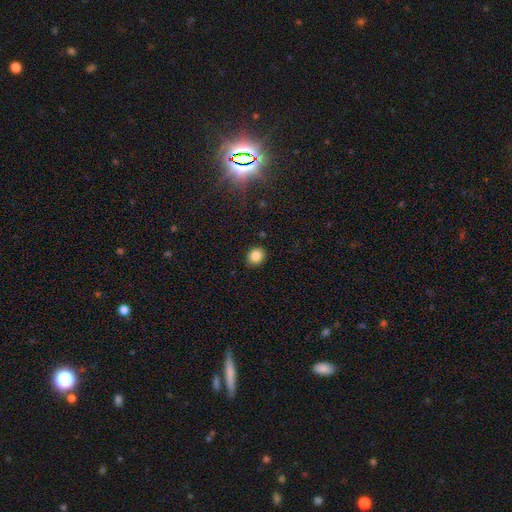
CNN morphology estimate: smooth_or_featured: smooth (p=0.84) [alt: star or artifact p=0.11]
how_rounded: round (p=0.68) [alt: in between p=0.31]
merging: none (p=0.90) [alt: minor disturbance p=0.07]